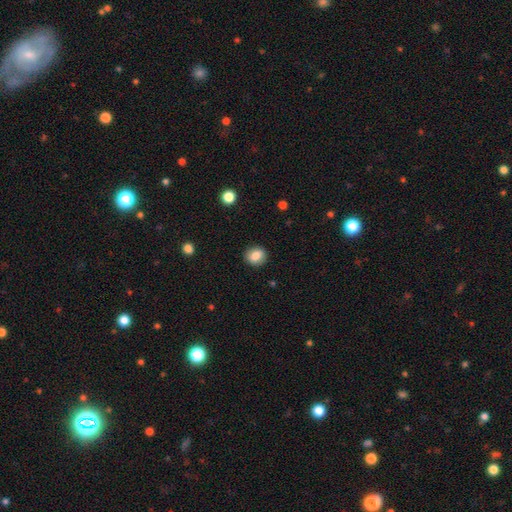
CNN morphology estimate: smooth-or-featured: smooth: 82% | featured or disk: 9% | star or artifact: 9%
  how-rounded: round: 72% | in between: 27% | cigar-shaped: 1%
  merging: none: 88% | minor disturbance: 8% | major disturbance: 2% | merger: 1%